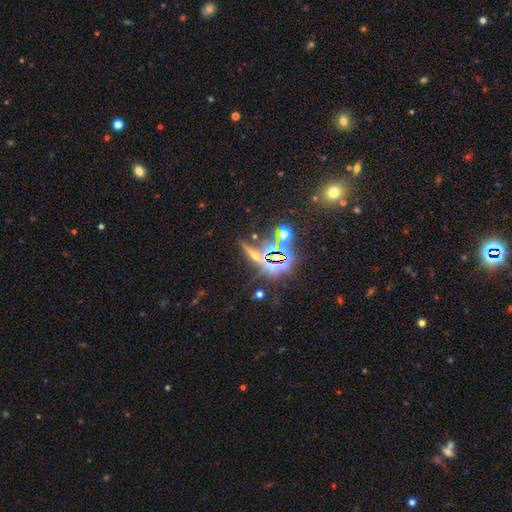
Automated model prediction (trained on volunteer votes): Overall: star or artifact (51%; featured or disk 26%).